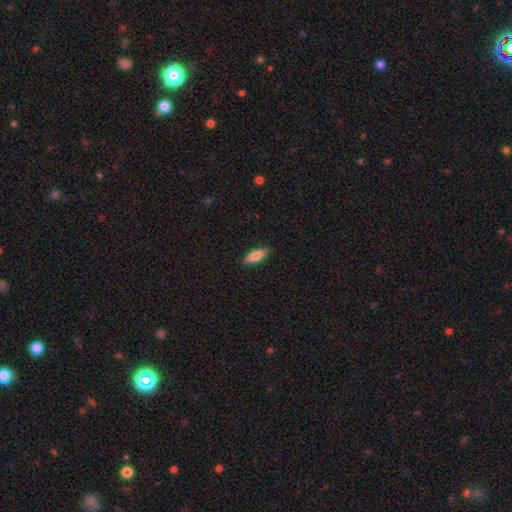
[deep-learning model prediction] Smooth or featured? smooth (82%)
How rounded? in between (65%)
Merging? none (86%)